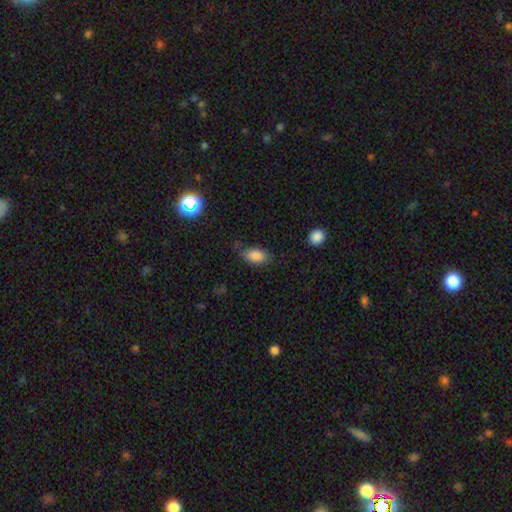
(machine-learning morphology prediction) smooth_or_featured: smooth (p=0.86) [alt: star or artifact p=0.09]
how_rounded: in between (p=0.91) [alt: round p=0.06]
merging: none (p=0.73) [alt: minor disturbance p=0.19]